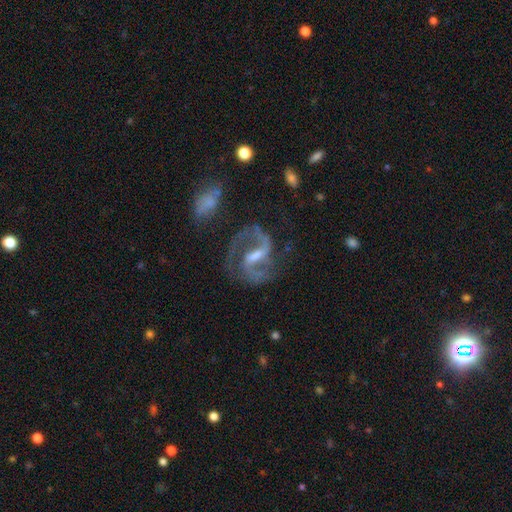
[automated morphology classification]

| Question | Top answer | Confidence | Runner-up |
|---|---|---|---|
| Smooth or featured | featured or disk | 90% | star or artifact (5%) |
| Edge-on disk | no | 98% | yes (2%) |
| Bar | weak | 45% | tied: strong (45%) |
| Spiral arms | yes | 97% | no (3%) |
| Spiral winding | medium | 62% | loose (26%) |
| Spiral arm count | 2 | 92% | 1 (2%) |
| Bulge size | moderate | 41% | small (39%) |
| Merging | none | 69% | minor disturbance (16%) |